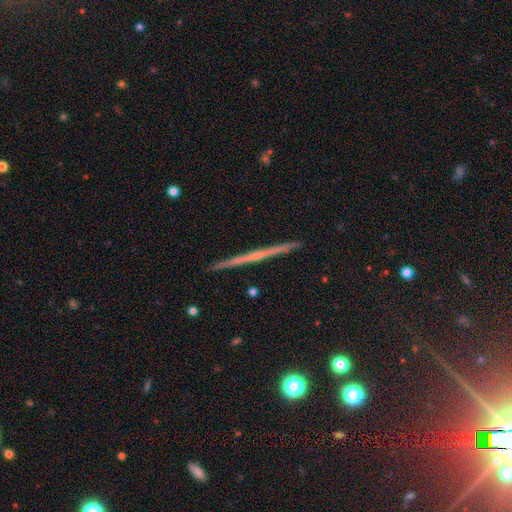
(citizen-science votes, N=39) Morphology: type=featured or disk (72%); edge-on=yes (100%); edge-on bulge=none (50%, tied with rounded); merging=none (92%).